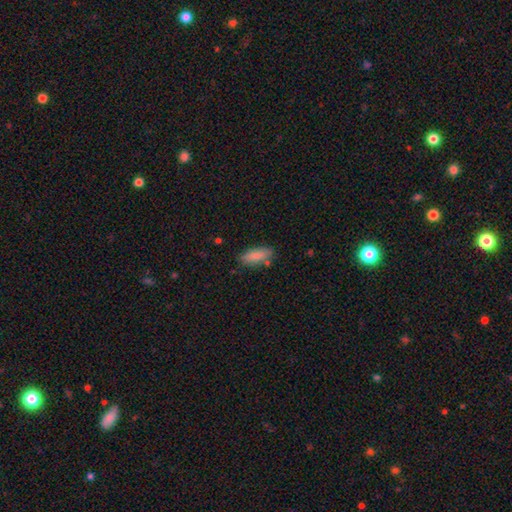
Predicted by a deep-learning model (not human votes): smooth-or-featured: smooth: 85% | featured or disk: 8% | star or artifact: 7%
  how-rounded: in between: 77% | cigar-shaped: 21% | round: 2%
  merging: none: 77% | minor disturbance: 16% | merger: 4% | major disturbance: 3%